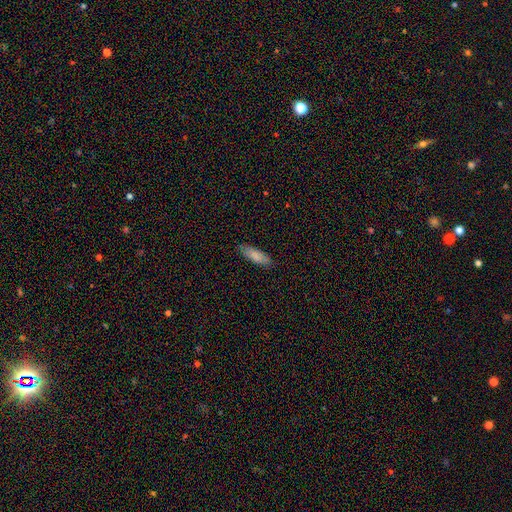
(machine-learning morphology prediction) Smooth or featured?
  - smooth: 85% *
  - featured or disk: 10%
  - star or artifact: 6%
How rounded?
  - in between: 50% *
  - cigar-shaped: 48%
  - round: 1%
Merging?
  - none: 86% *
  - minor disturbance: 11%
  - major disturbance: 2%
  - merger: 1%